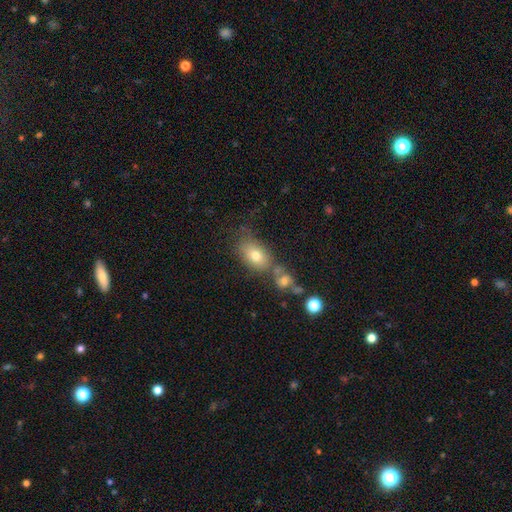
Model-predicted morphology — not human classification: Q: Smooth or featured?
A: smooth (73%); runner-up: featured or disk (16%)
Q: How rounded?
A: in between (82%); runner-up: round (16%)
Q: Merging?
A: none (52%); runner-up: merger (23%)